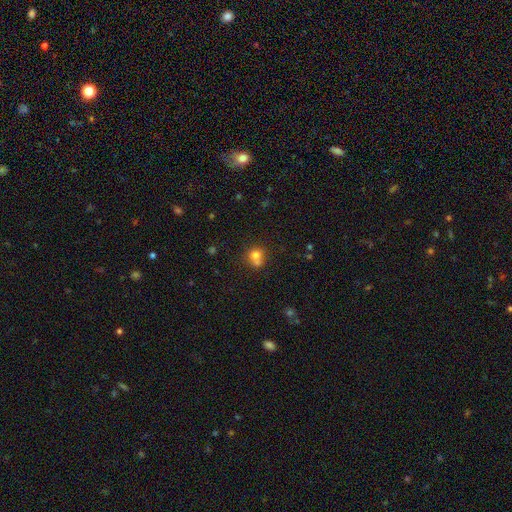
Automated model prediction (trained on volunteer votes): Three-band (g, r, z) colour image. It shows a smooth galaxy with no disk features (72%) that is round (84%). Merging: merger (47%).